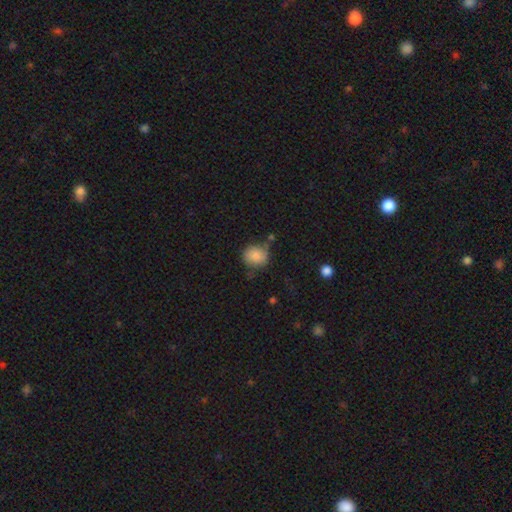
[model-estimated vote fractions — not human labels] Smooth or featured: smooth — 84% (star or artifact — 8%)
How rounded: round — 79% (in between — 20%)
Merging: none — 64% (minor disturbance — 23%)